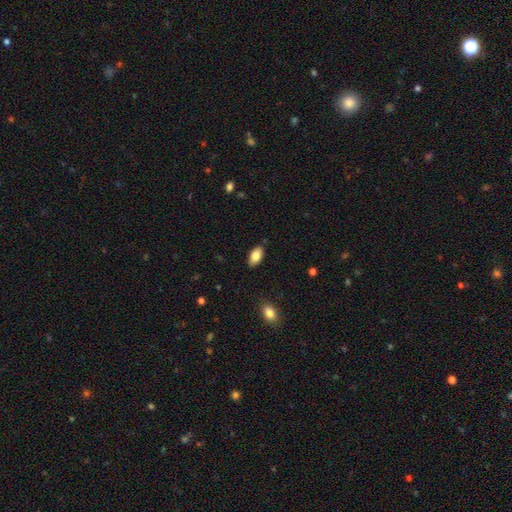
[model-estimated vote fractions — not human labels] Smooth or featured? smooth (83%)
How rounded? in between (93%)
Merging? none (86%)